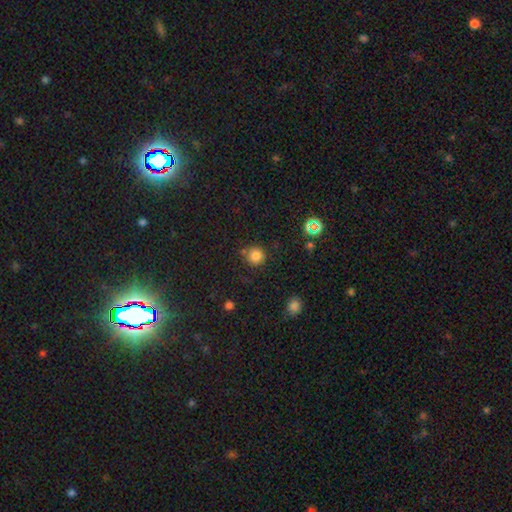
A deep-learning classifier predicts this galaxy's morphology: smooth-or-featured: smooth: 79% | star or artifact: 15% | featured or disk: 5%
  how-rounded: round: 93% | in between: 6% | cigar-shaped: 1%
  merging: none: 77% | minor disturbance: 12% | merger: 7% | major disturbance: 4%